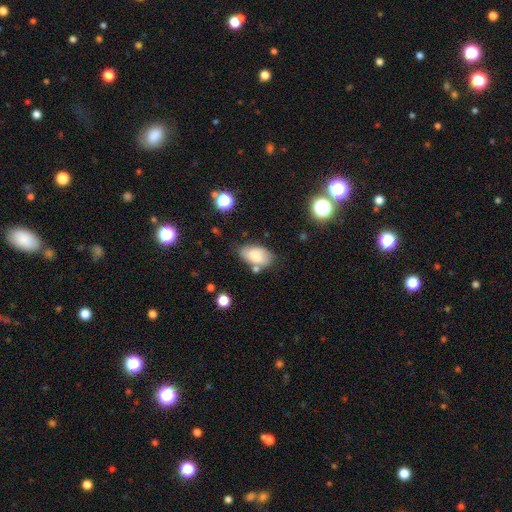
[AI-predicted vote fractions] The model was most divided on "merging": none: 64%, minor disturbance: 21%, merger: 10%, major disturbance: 5%. More confident: how rounded — in between (93%); smooth or featured — smooth (81%).